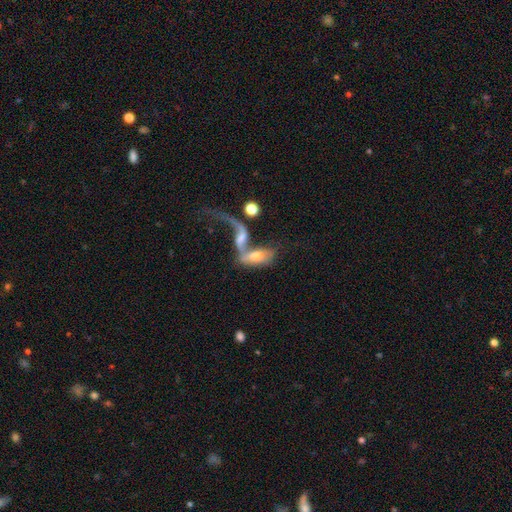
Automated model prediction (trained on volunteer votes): Q: Smooth or featured?
A: featured or disk (51%); runner-up: smooth (30%)
Q: Edge-on disk?
A: no (80%); runner-up: yes (20%)
Q: Merging?
A: merger (61%); runner-up: none (17%)